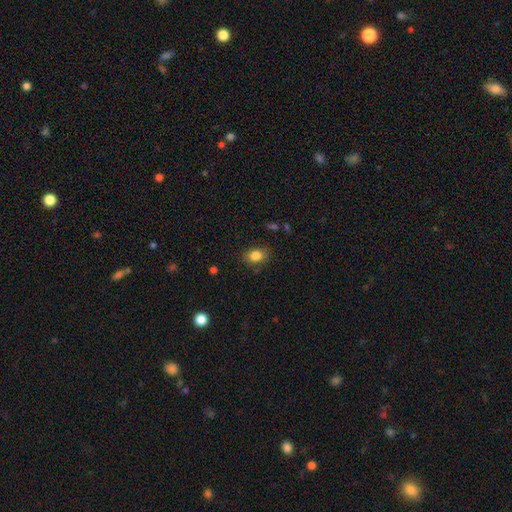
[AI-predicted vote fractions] The model was most divided on "how rounded": in between: 72%, round: 27%, cigar-shaped: 1%. More confident: smooth or featured — smooth (83%); merging — none (81%).